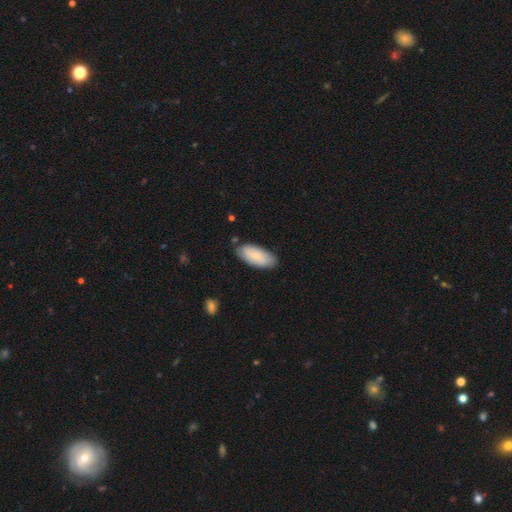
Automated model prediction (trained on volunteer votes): This appears to be a smooth galaxy with no disk features (74%) that is in between round and cigar-shaped (89%). Merging: none (78%).